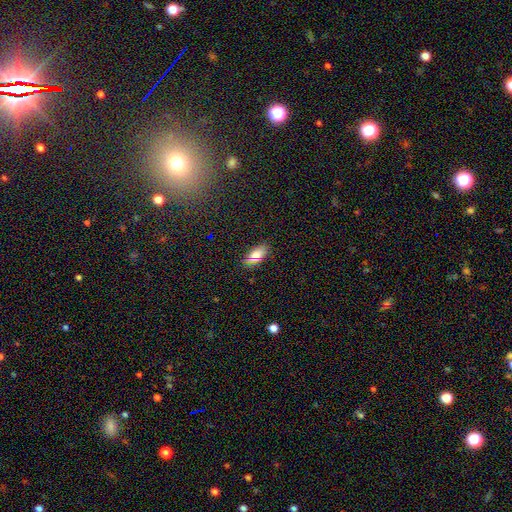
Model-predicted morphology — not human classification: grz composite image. It shows a smooth galaxy with no disk features (76%) that is in between round and cigar-shaped (88%). Merging: none (86%).